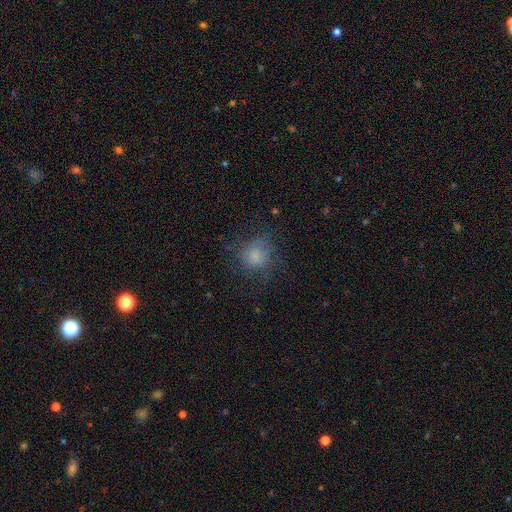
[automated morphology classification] Smooth or featured: smooth — 68% (featured or disk — 19%)
How rounded: round — 79% (in between — 20%)
Merging: none — 60% (minor disturbance — 21%)